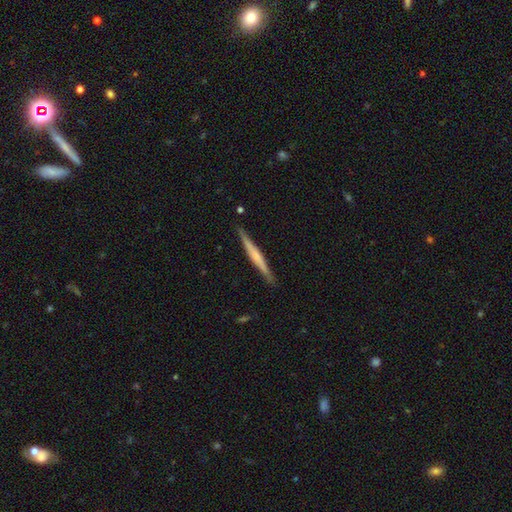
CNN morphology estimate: Smooth or featured? Predicted: featured or disk (p=0.59). Edge-on disk? Predicted: yes (p=0.98). Edge-on bulge? Predicted: none (p=0.43). Merging? Predicted: none (p=0.89).